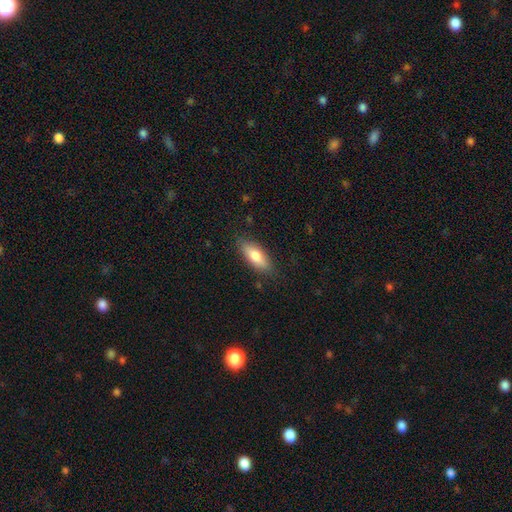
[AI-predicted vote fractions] A smooth galaxy with no disk features (78%) that is in between round and cigar-shaped (73%). Merging: none (84%).